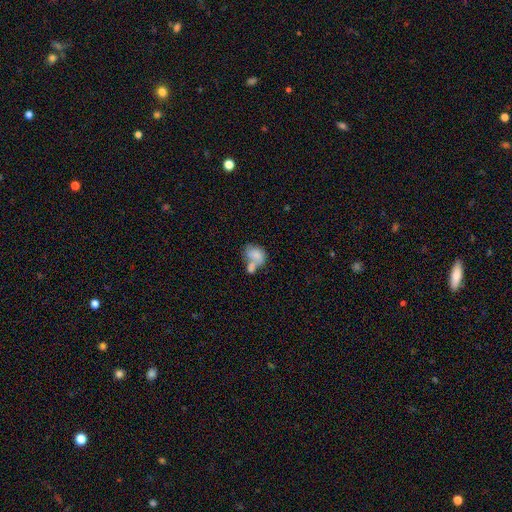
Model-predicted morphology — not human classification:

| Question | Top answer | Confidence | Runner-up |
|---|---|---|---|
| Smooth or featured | smooth | 67% | featured or disk (25%) |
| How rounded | in between | 72% | round (27%) |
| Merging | merger | 62% | none (16%) |